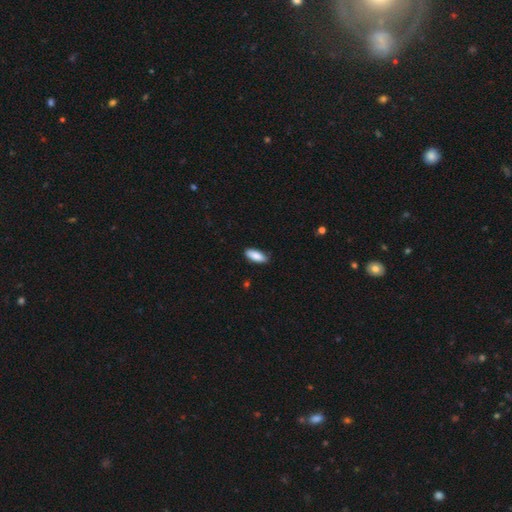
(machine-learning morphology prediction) This is clearly a smooth galaxy (87%). How rounded: likely in between (77%). Merging: clearly none (82%).